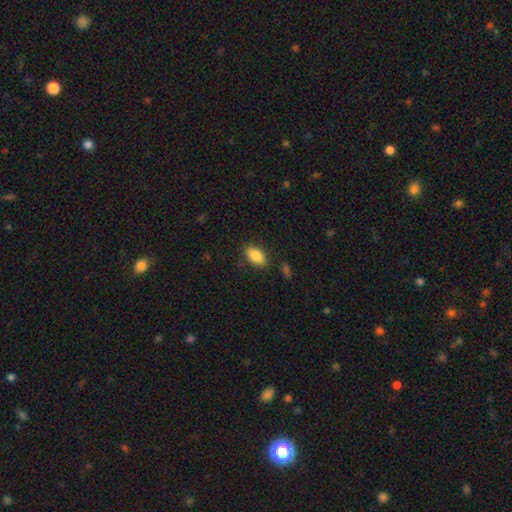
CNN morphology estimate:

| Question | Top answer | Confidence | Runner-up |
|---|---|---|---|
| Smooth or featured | smooth | 87% | star or artifact (7%) |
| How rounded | in between | 91% | round (6%) |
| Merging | none | 82% | minor disturbance (12%) |